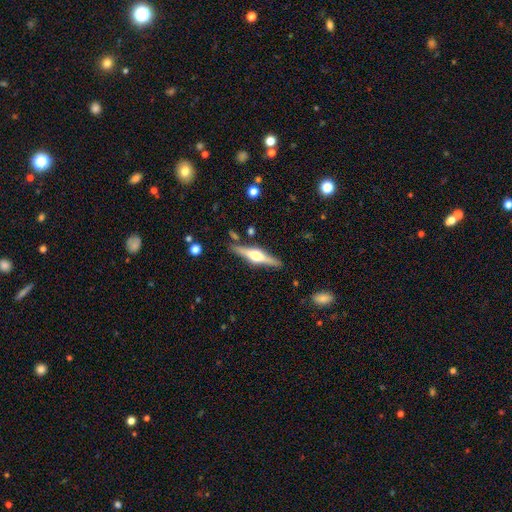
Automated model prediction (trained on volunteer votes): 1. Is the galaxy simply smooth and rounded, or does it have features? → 74% featured or disk, 20% smooth, 5% star or artifact.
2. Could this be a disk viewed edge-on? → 97% yes, 3% no.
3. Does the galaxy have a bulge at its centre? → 91% rounded, 7% boxy, 2% none.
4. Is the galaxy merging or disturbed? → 86% none, 9% minor disturbance, 3% merger, 2% major disturbance.